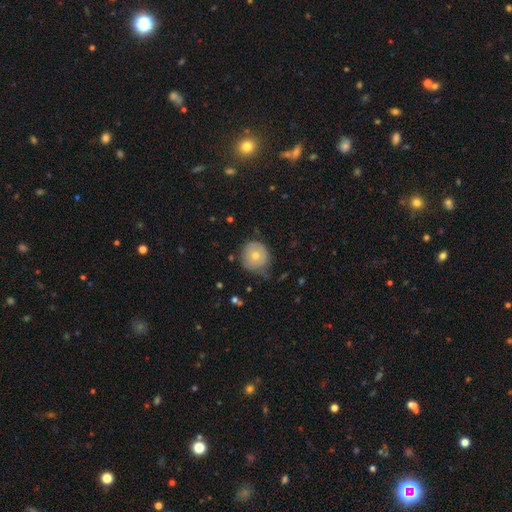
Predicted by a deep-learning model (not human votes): This is likely a smooth galaxy (66%). How rounded: clearly round (91%). Merging: likely none (65%).